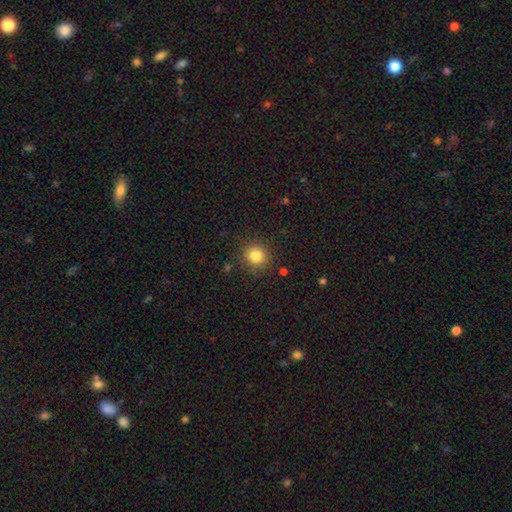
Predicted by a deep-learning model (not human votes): Smooth or featured? smooth (83%)
How rounded? round (91%)
Merging? none (87%)